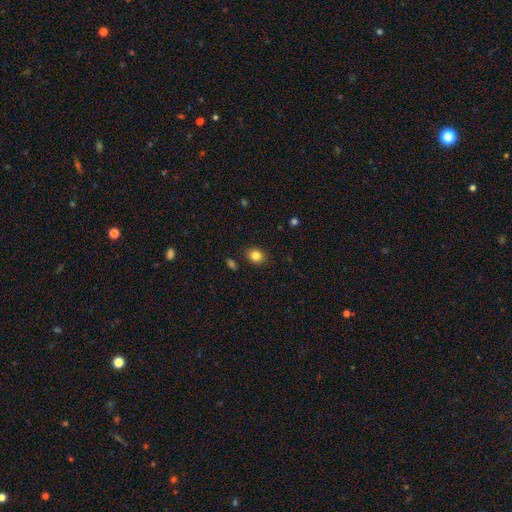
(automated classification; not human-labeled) Overall: smooth (83%). How rounded: round (60%; in between 39%). Merging: none (87%).